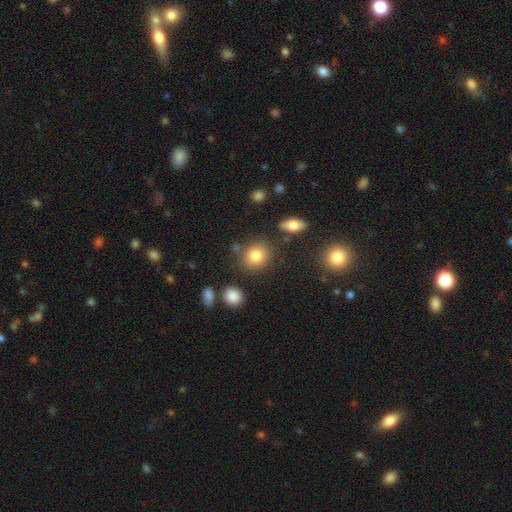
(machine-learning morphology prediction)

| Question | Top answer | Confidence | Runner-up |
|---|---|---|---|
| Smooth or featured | smooth | 82% | star or artifact (10%) |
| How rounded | round | 76% | in between (23%) |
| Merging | none | 80% | minor disturbance (11%) |